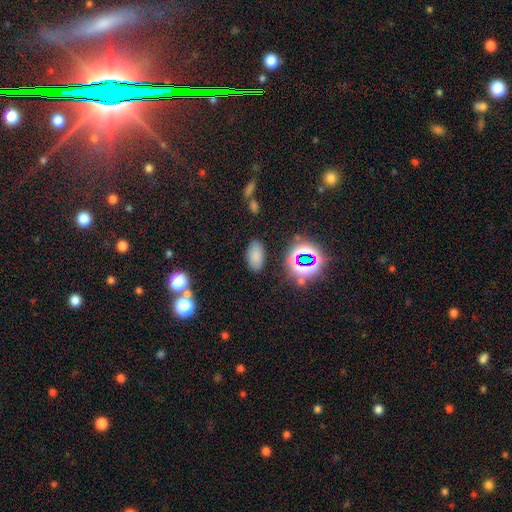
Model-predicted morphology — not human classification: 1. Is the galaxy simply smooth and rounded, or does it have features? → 72% smooth, 21% star or artifact, 8% featured or disk.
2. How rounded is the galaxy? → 92% in between, 5% round, 2% cigar-shaped.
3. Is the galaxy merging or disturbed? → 82% none, 11% minor disturbance, 4% major disturbance, 3% merger.